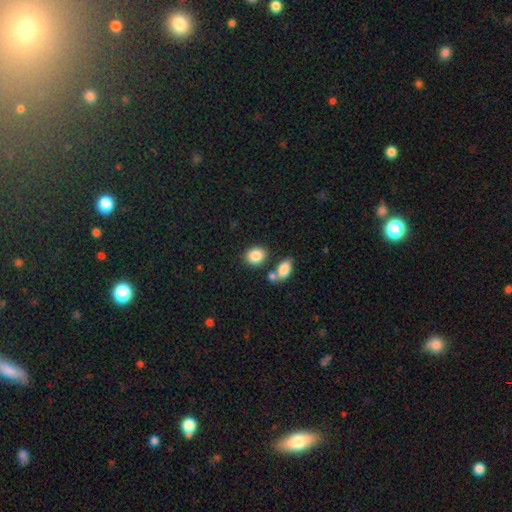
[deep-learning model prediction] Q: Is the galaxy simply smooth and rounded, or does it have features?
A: smooth — 87%.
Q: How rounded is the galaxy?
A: in between — 50%.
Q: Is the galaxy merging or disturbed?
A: none — 69%.